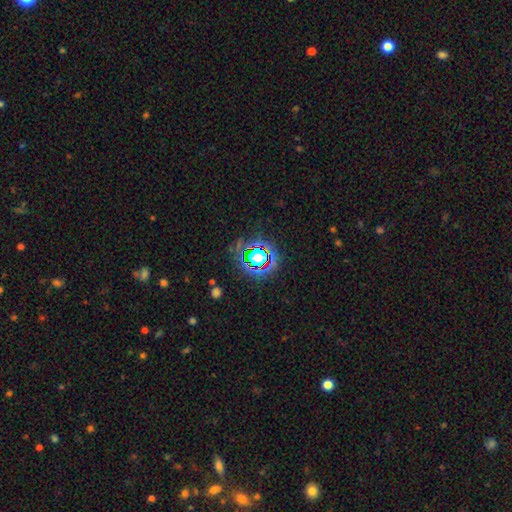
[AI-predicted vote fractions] A star or artifact, not a galaxy (61%).

Vote fractions:
- Smooth or featured? star or artifact: 61% / smooth: 25% / featured or disk: 14%